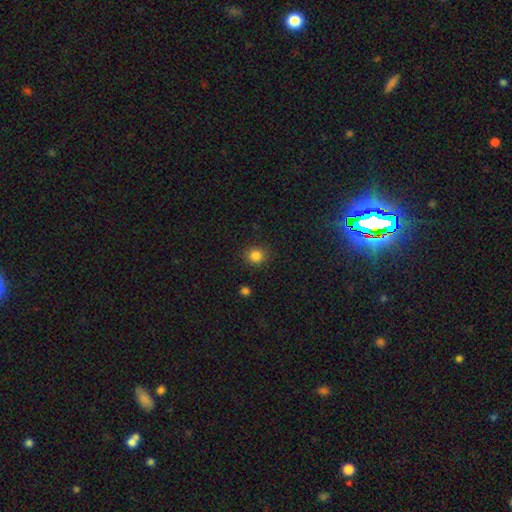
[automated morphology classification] Smooth or featured? Predicted: smooth (p=0.84). How rounded? Predicted: round (p=0.87). Merging? Predicted: none (p=0.88).